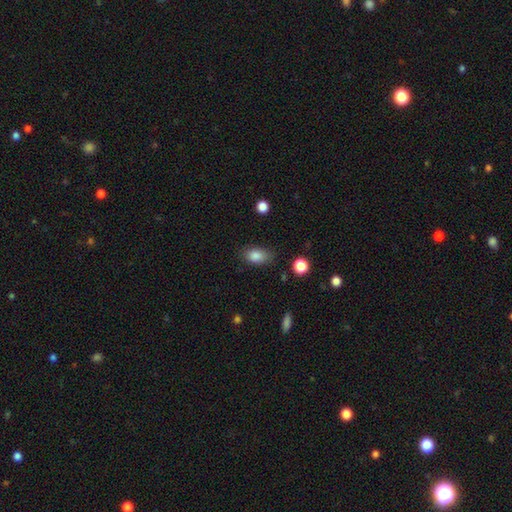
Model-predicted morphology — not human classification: A smooth galaxy with no disk features (85%) that is in between round and cigar-shaped (87%).

Vote fractions:
- Smooth or featured? smooth: 85% / star or artifact: 8% / featured or disk: 6%
- How rounded? in between: 87% / round: 11% / cigar-shaped: 3%
- Merging? none: 78% / minor disturbance: 16% / major disturbance: 4% / merger: 2%